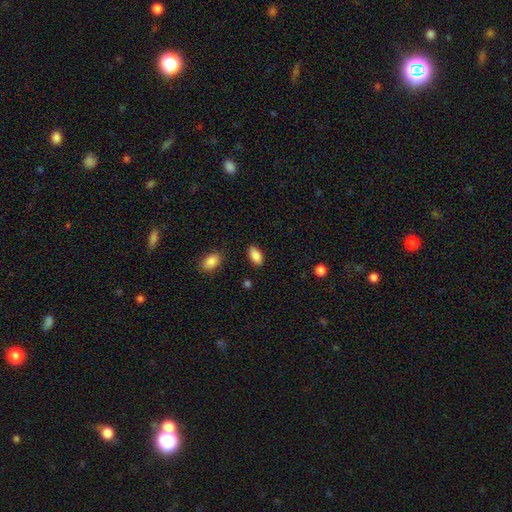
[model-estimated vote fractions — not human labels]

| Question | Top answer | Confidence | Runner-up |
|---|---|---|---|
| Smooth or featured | smooth | 87% | star or artifact (7%) |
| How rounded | in between | 92% | cigar-shaped (5%) |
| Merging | none | 87% | minor disturbance (9%) |